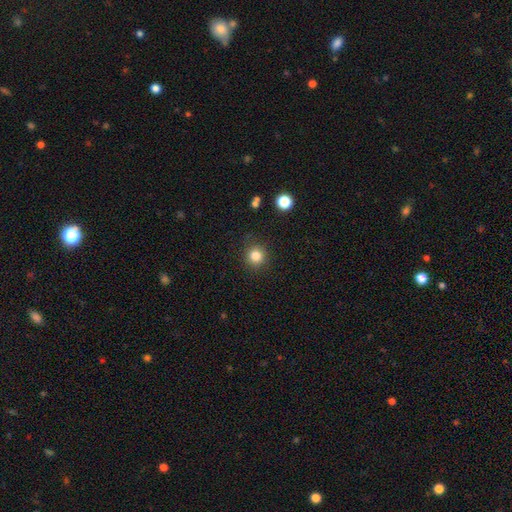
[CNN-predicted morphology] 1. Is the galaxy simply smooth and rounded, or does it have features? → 83% smooth, 12% star or artifact, 5% featured or disk.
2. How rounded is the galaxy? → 92% round, 7% in between, 1% cigar-shaped.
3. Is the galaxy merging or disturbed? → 89% none, 8% minor disturbance, 2% major disturbance, 1% merger.